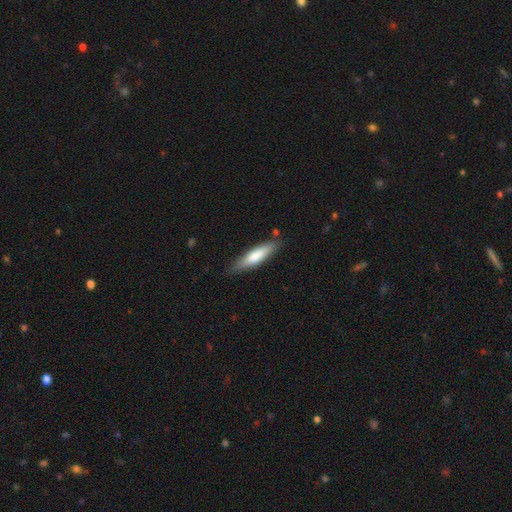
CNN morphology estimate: smooth_or_featured: smooth (p=0.71) [alt: featured or disk p=0.23]
how_rounded: cigar-shaped (p=0.72) [alt: in between p=0.26]
merging: none (p=0.82) [alt: minor disturbance p=0.14]